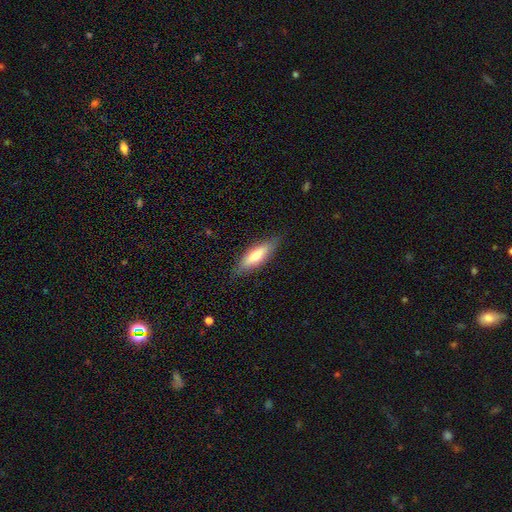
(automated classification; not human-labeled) Smooth or featured?
  - smooth: 72% *
  - featured or disk: 22%
  - star or artifact: 6%
How rounded?
  - cigar-shaped: 52% *
  - in between: 46%
  - round: 2%
Merging?
  - none: 83% *
  - minor disturbance: 13%
  - major disturbance: 3%
  - merger: 1%